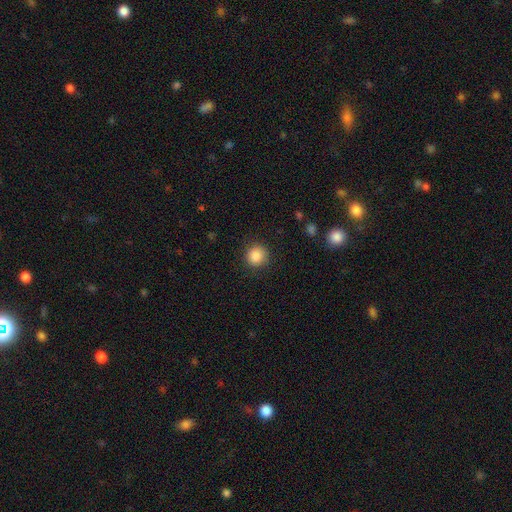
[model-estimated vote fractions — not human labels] This is clearly a smooth galaxy (87%). How rounded: clearly round (92%). Merging: clearly none (89%).